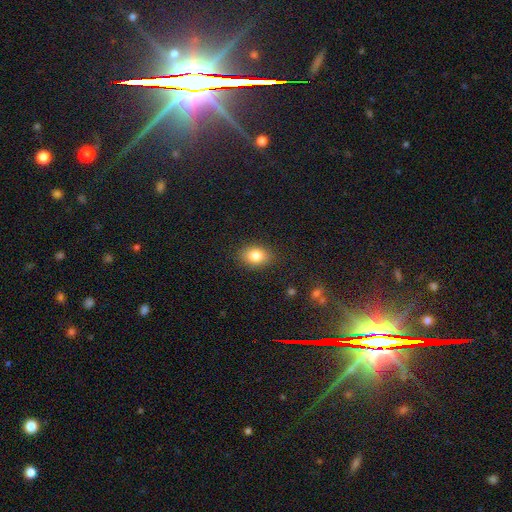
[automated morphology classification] Smooth or featured: smooth — 82% (star or artifact — 9%)
How rounded: in between — 74% (round — 25%)
Merging: none — 86% (minor disturbance — 10%)